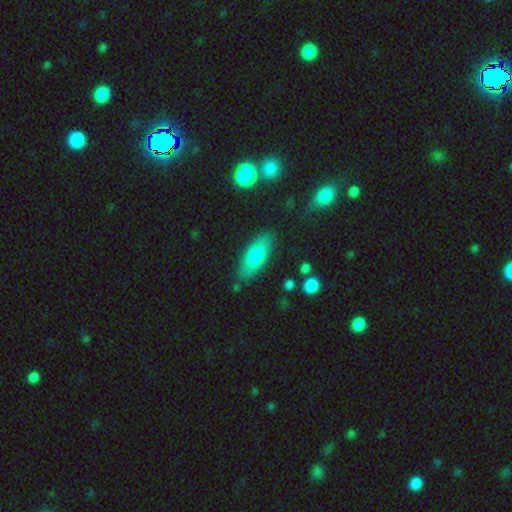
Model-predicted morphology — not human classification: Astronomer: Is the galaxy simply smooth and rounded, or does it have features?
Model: smooth — 70%.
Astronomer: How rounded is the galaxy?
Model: in between — 69%.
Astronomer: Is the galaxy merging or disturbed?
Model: none — 84%.